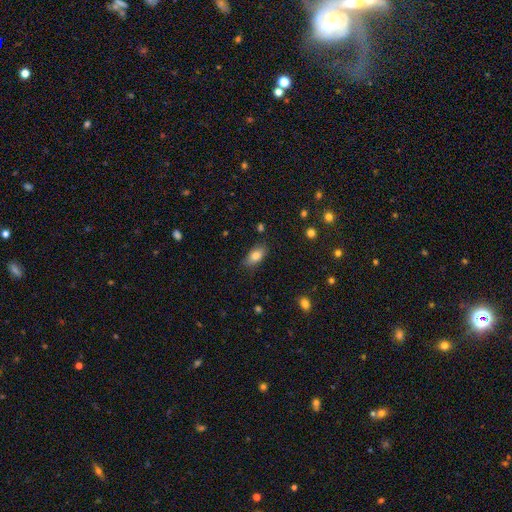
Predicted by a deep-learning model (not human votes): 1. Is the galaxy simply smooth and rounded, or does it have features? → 80% smooth, 12% featured or disk, 9% star or artifact.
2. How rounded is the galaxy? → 88% in between, 6% round, 6% cigar-shaped.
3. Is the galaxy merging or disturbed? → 79% none, 17% minor disturbance, 3% major disturbance, 2% merger.